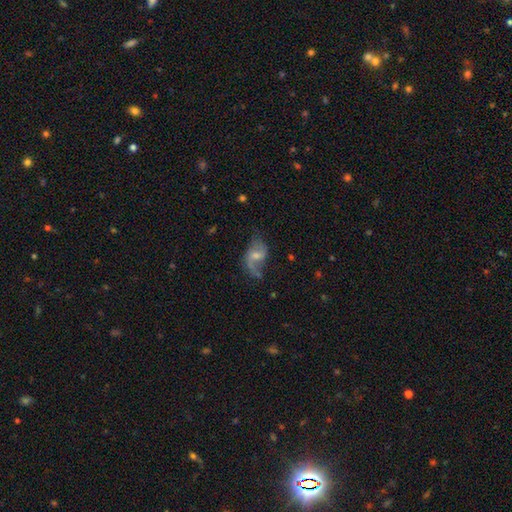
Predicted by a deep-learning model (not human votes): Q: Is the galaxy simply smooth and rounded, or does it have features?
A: featured or disk — 78%.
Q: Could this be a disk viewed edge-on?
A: no — 97%.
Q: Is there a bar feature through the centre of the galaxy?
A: weak — 44%, tied with no.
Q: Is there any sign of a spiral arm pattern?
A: yes — 92%.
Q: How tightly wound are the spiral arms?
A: loose — 68%.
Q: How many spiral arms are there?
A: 2 — 74%.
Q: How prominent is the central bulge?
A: small — 48%.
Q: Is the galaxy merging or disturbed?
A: none — 58%.